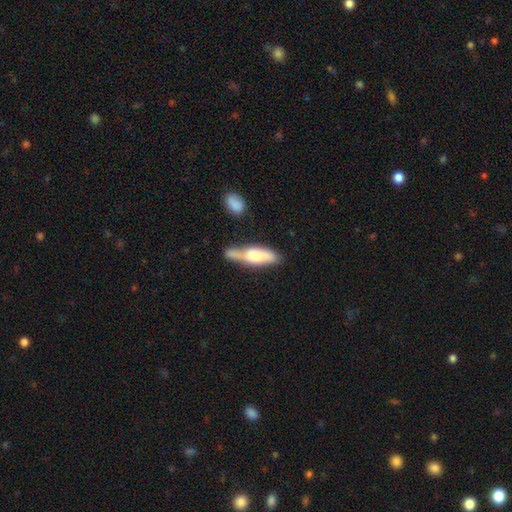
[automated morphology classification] Q: Smooth or featured?
A: smooth (69%); runner-up: featured or disk (25%)
Q: How rounded?
A: in between (51%); runner-up: cigar-shaped (47%)
Q: Merging?
A: merger (37%); runner-up: none (31%)